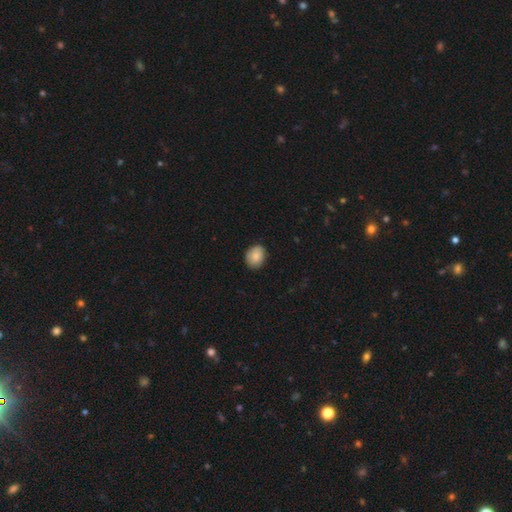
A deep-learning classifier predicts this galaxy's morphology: Q: Smooth or featured?
A: smooth (87%); runner-up: star or artifact (7%)
Q: How rounded?
A: in between (51%); runner-up: round (48%)
Q: Merging?
A: none (85%); runner-up: minor disturbance (12%)